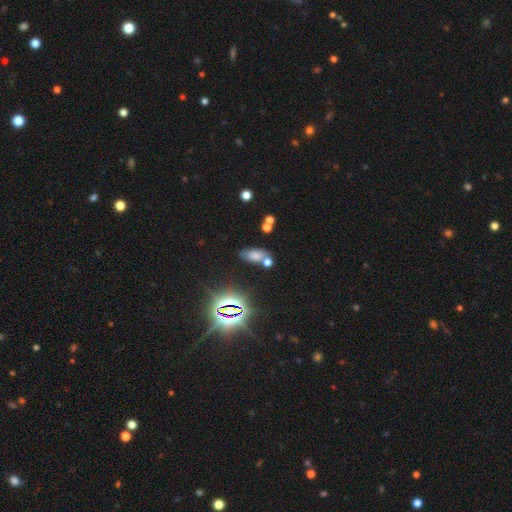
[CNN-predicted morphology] This appears to be a smooth galaxy with no disk features (61%) that is in between round and cigar-shaped (85%). Merging: none (57%).